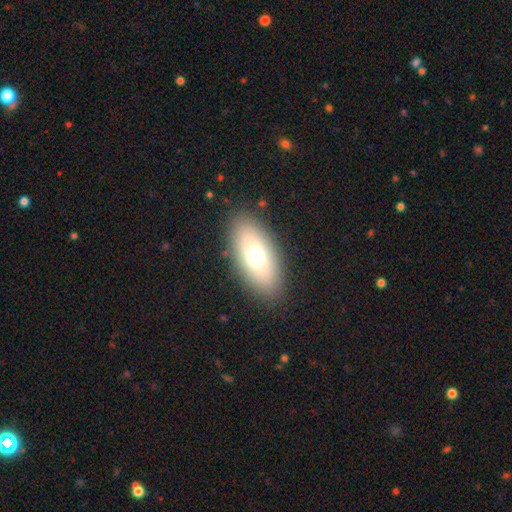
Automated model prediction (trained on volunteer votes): This appears to be a smooth galaxy with no disk features (69%) that is in between round and cigar-shaped (87%). Merging: none (87%).